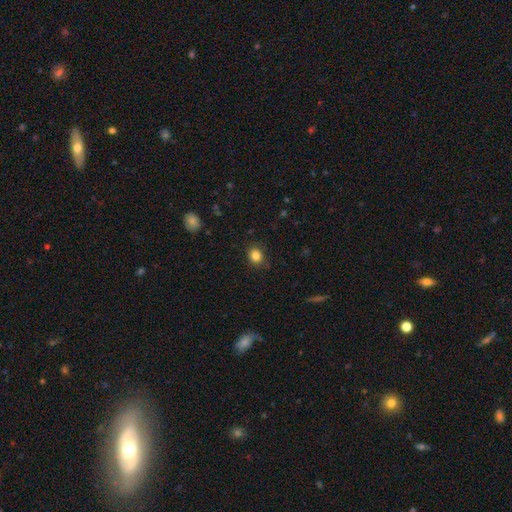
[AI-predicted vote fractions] smooth 84%, star or artifact 11%, featured or disk 5%. Down the decision tree: how rounded — round (67%); merging — none (85%).